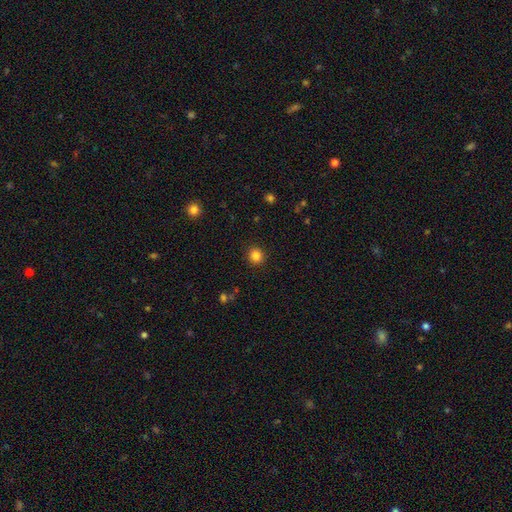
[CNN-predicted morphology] smooth 84%, star or artifact 11%, featured or disk 4%. Down the decision tree: how rounded — round (89%); merging — none (91%).